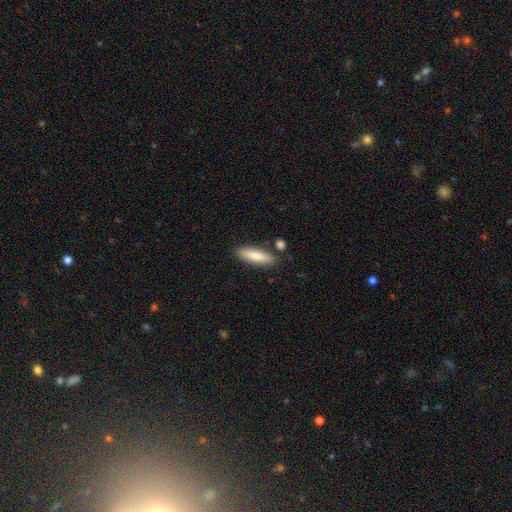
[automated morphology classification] smooth_or_featured: smooth (p=0.82) [alt: featured or disk p=0.12]
how_rounded: cigar-shaped (p=0.61) [alt: in between p=0.37]
merging: none (p=0.81) [alt: minor disturbance p=0.11]